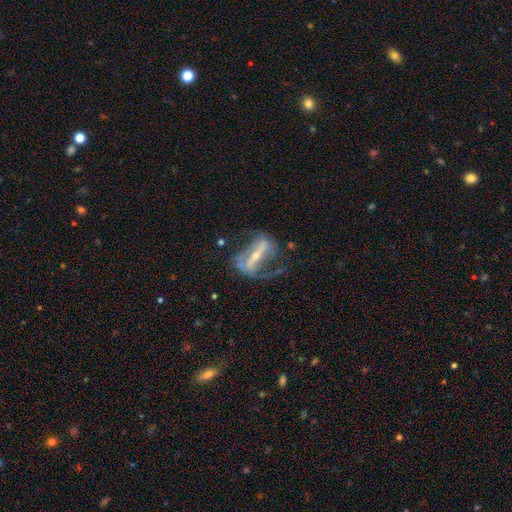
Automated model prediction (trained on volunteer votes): This is clearly a featured or disk galaxy (83%). It is clearly not viewed edge-on (81%). Bar: likely strong (75%). Spiral arm pattern: likely yes (73%). Central bulge: likely small (61%). Merging: possibly none (46%).